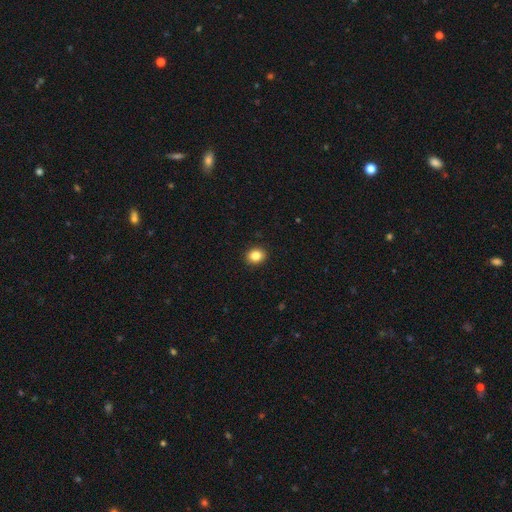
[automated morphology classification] Q: Smooth or featured?
A: smooth (85%); runner-up: star or artifact (10%)
Q: How rounded?
A: round (61%); runner-up: in between (38%)
Q: Merging?
A: none (92%); runner-up: minor disturbance (6%)